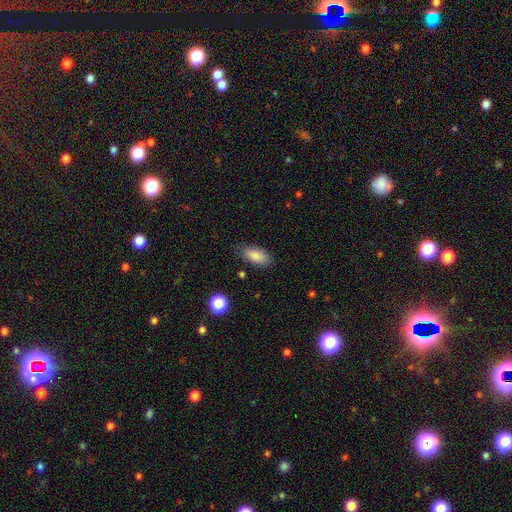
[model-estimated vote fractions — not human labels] Smooth or featured?
  - smooth: 87% *
  - star or artifact: 8%
  - featured or disk: 6%
How rounded?
  - in between: 90% *
  - cigar-shaped: 7%
  - round: 3%
Merging?
  - none: 80% *
  - minor disturbance: 15%
  - major disturbance: 4%
  - merger: 2%